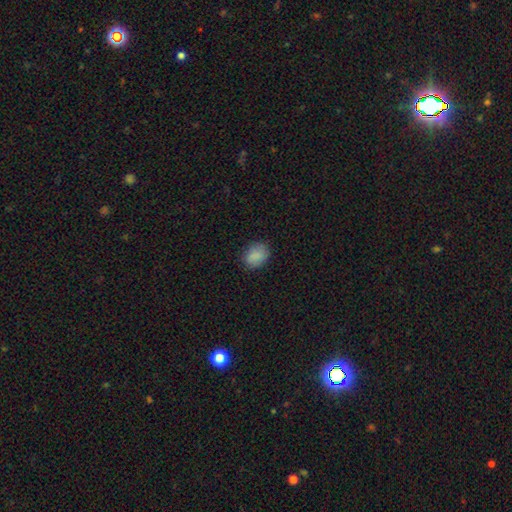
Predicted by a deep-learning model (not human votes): Overall: smooth (87%). How rounded: in between (61%; round 38%). Merging: none (81%).